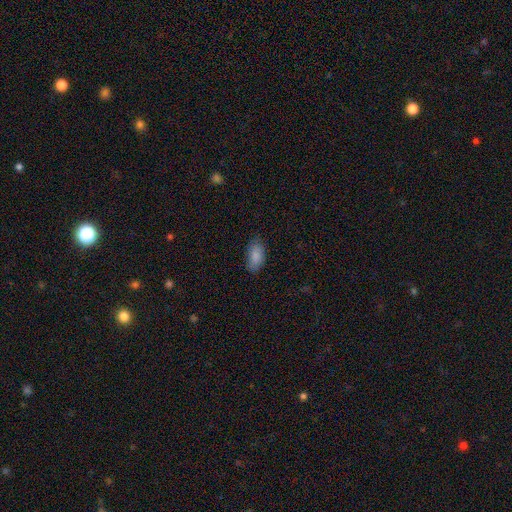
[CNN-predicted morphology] Overall: smooth (87%). How rounded: in between (93%). Merging: none (81%).